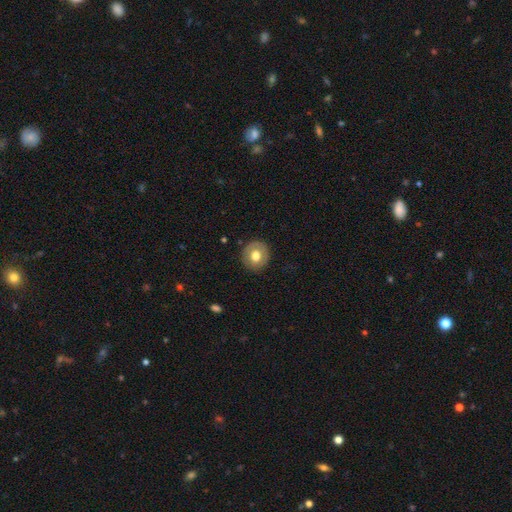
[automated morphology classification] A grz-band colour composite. It shows a smooth galaxy with no disk features (70%) that is round (86%). Merging: none (88%).